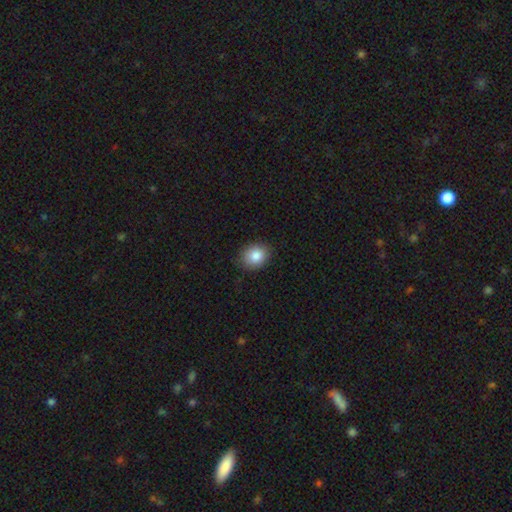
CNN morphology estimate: smooth-or-featured: smooth: 85% | star or artifact: 9% | featured or disk: 6%
  how-rounded: round: 53% | in between: 46% | cigar-shaped: 1%
  merging: none: 86% | minor disturbance: 11% | major disturbance: 2% | merger: 1%